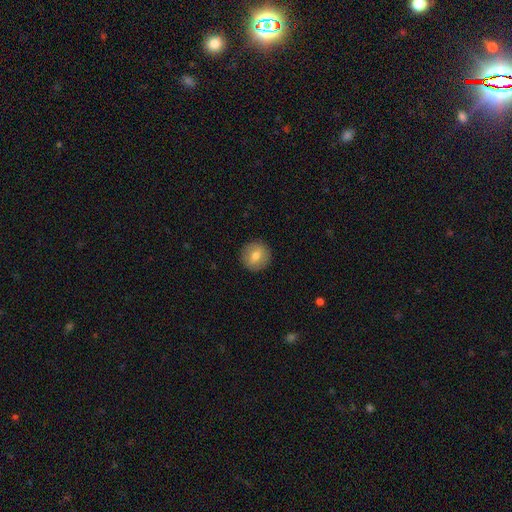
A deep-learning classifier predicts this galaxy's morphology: This is likely a smooth galaxy (71%). How rounded: clearly round (92%). Merging: clearly none (91%).